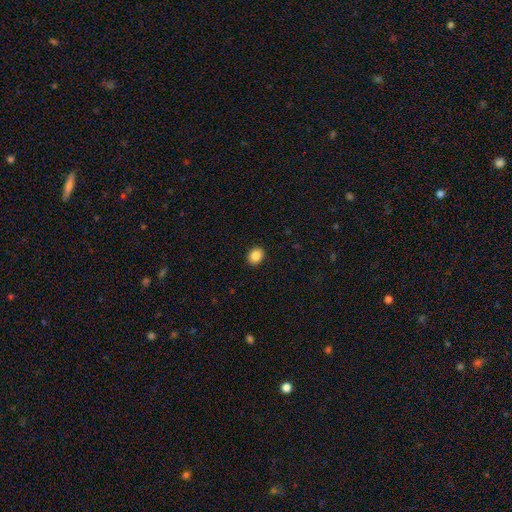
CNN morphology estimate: The model was most divided on "how rounded": round: 54%, in between: 45%, cigar-shaped: 1%. More confident: merging — none (91%); smooth or featured — smooth (87%).